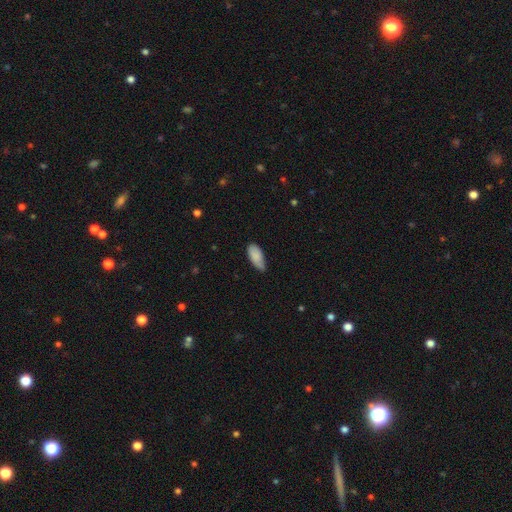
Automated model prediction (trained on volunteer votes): smooth 86%, featured or disk 8%, star or artifact 6%. Down the decision tree: how rounded — in between (88%); merging — none (56%).